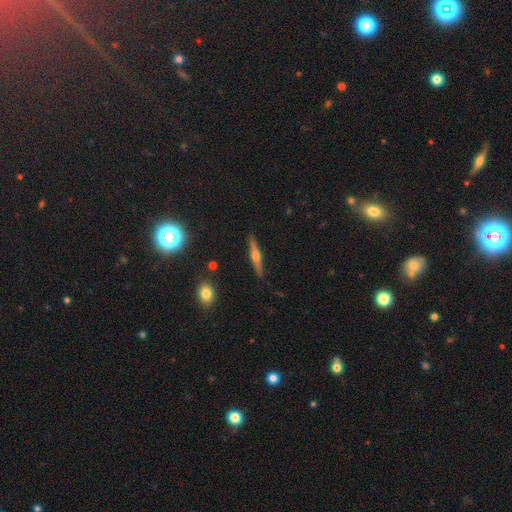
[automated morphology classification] featured or disk 71%, smooth 22%, star or artifact 8%. Down the decision tree: edge-on disk — yes (97%); edge-on bulge — rounded (92%); merging — none (90%).